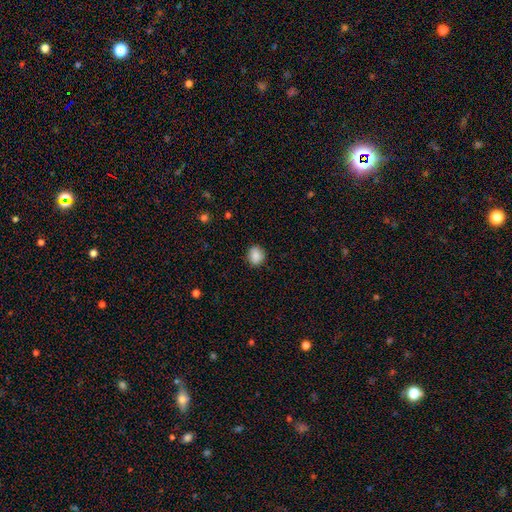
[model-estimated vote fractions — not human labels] A smooth galaxy with no disk features (87%) that is round (66%).

Vote fractions:
- Smooth or featured? smooth: 87% / star or artifact: 9% / featured or disk: 4%
- How rounded? round: 66% / in between: 33% / cigar-shaped: 1%
- Merging? none: 86% / minor disturbance: 11% / major disturbance: 3% / merger: 1%